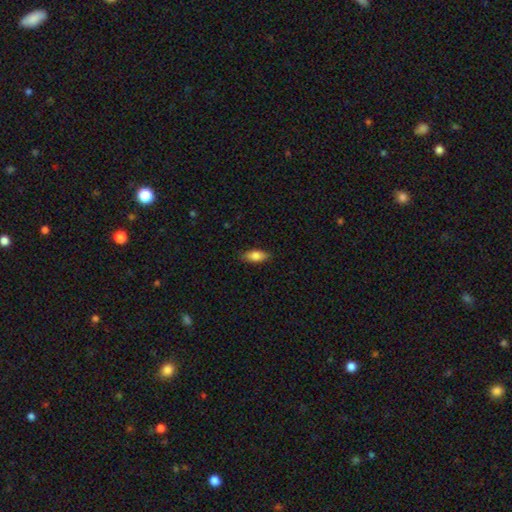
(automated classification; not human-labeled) smooth_or_featured: smooth (p=0.83) [alt: featured or disk p=0.11]
how_rounded: in between (p=0.84) [alt: cigar-shaped p=0.13]
merging: none (p=0.86) [alt: minor disturbance p=0.10]